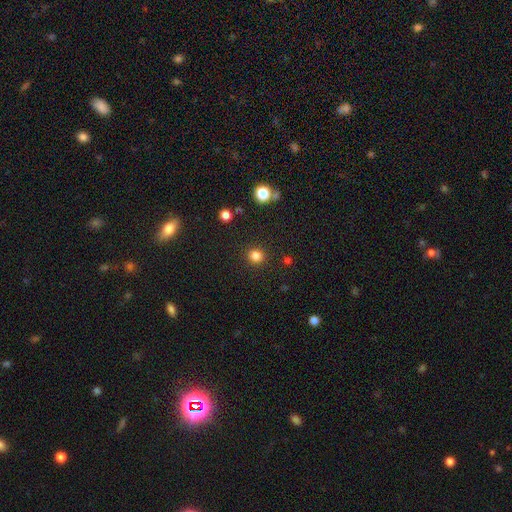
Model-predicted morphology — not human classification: This appears to be a smooth galaxy with no disk features (83%) that is round (89%). Merging: none (90%).